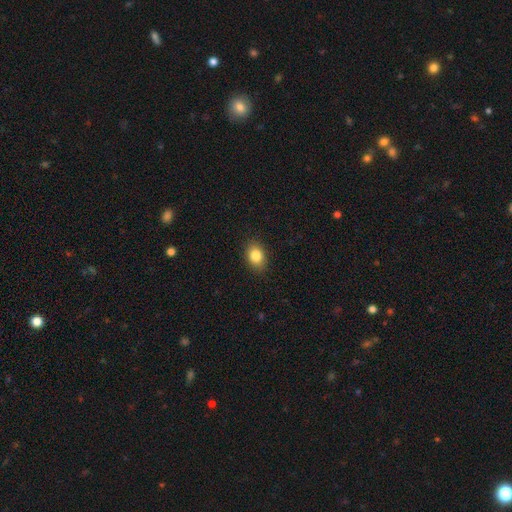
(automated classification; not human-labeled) This appears to be a smooth galaxy with no disk features (84%) that is in between round and cigar-shaped (72%). Merging: none (89%).